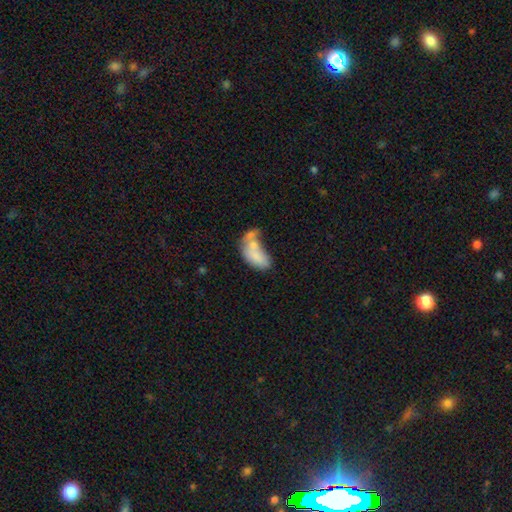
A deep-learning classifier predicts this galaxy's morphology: smooth 68%, featured or disk 24%, star or artifact 8%. Down the decision tree: how rounded — in between (92%); merging — merger (49%).